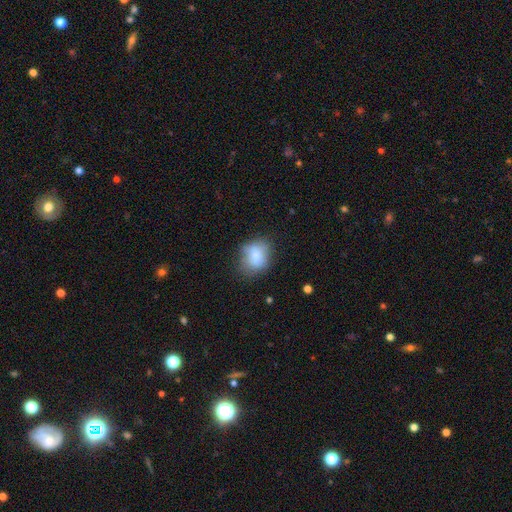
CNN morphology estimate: Overall: smooth (76%). How rounded: in between (50%; round 49%). Merging: none (59%; minor disturbance 28%).